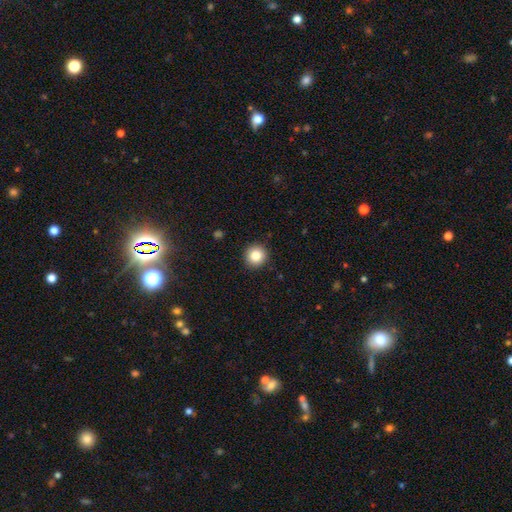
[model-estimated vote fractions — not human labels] smooth_or_featured: smooth (p=0.85) [alt: star or artifact p=0.10]
how_rounded: round (p=0.94) [alt: in between p=0.05]
merging: none (p=0.92) [alt: minor disturbance p=0.05]